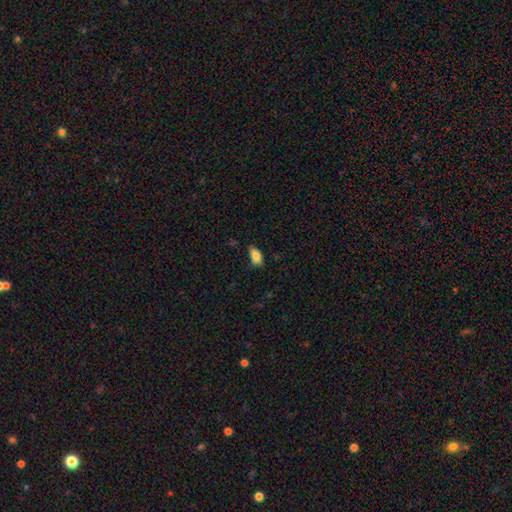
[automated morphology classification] A smooth galaxy with no disk features (81%) that is in between round and cigar-shaped (89%).

Vote fractions:
- Smooth or featured? smooth: 81% / featured or disk: 11% / star or artifact: 8%
- How rounded? in between: 89% / cigar-shaped: 6% / round: 5%
- Merging? none: 63% / minor disturbance: 28% / major disturbance: 6% / merger: 3%